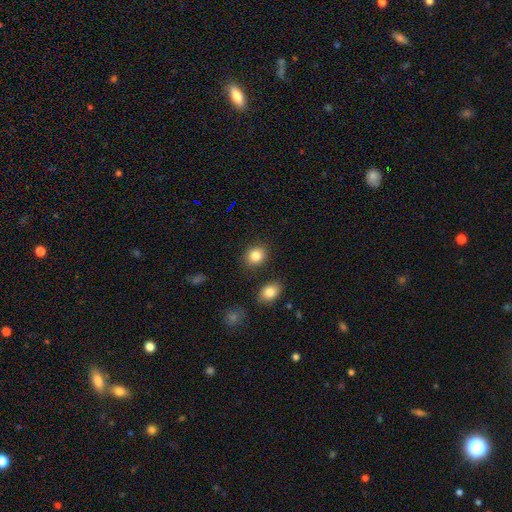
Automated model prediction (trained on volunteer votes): A smooth galaxy with no disk features (85%) that is round (62%).

Vote fractions:
- Smooth or featured? smooth: 85% / star or artifact: 9% / featured or disk: 6%
- How rounded? round: 62% / in between: 37% / cigar-shaped: 1%
- Merging? none: 85% / minor disturbance: 9% / merger: 4% / major disturbance: 3%